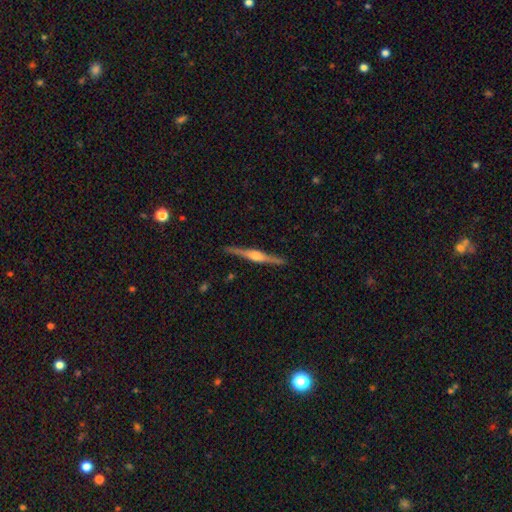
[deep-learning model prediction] Smooth or featured? Predicted: featured or disk (p=0.83). Edge-on disk? Predicted: yes (p=0.98). Edge-on bulge? Predicted: rounded (p=0.86). Merging? Predicted: none (p=0.91).